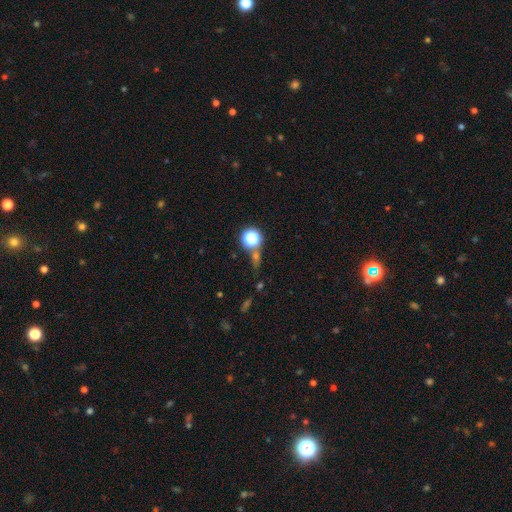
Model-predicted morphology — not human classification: Q: Smooth or featured?
A: star or artifact (50%); runner-up: smooth (39%)